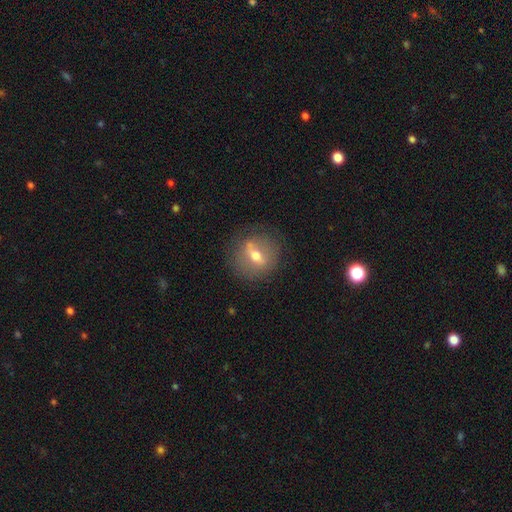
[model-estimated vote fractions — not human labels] Smooth or featured: featured or disk — 48% (smooth — 41%)
Merging: none — 77% (minor disturbance — 14%)